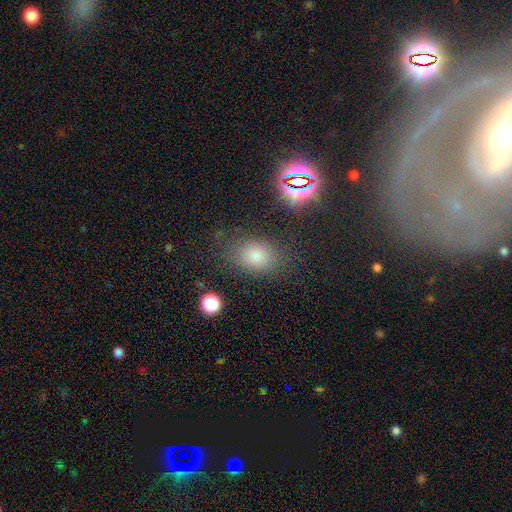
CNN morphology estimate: Smooth or featured?
  - smooth: 71% *
  - star or artifact: 20%
  - featured or disk: 9%
How rounded?
  - in between: 73% *
  - round: 25%
  - cigar-shaped: 2%
Merging?
  - none: 77% *
  - minor disturbance: 14%
  - major disturbance: 6%
  - merger: 2%